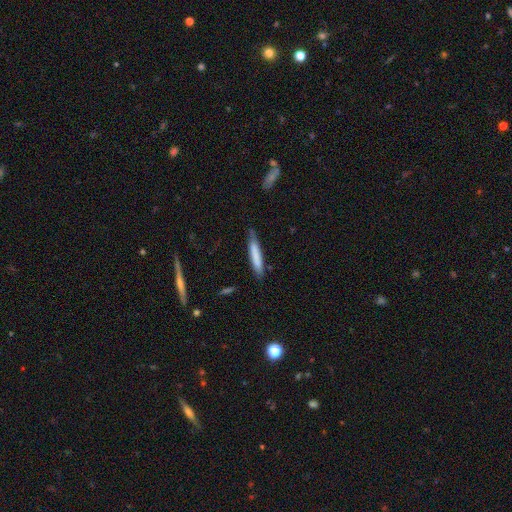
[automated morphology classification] This is likely a smooth galaxy (76%). How rounded: clearly cigar-shaped (90%). Merging: likely none (75%).